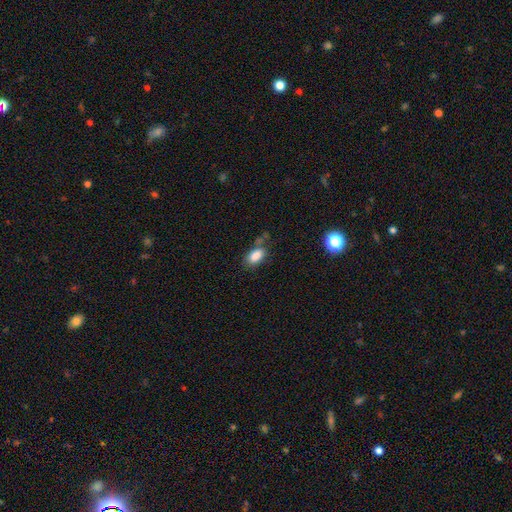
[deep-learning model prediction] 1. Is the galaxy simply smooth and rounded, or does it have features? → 85% smooth, 9% star or artifact, 6% featured or disk.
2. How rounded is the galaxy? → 89% in between, 8% round, 3% cigar-shaped.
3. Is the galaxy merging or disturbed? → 59% none, 21% minor disturbance, 12% merger, 8% major disturbance.